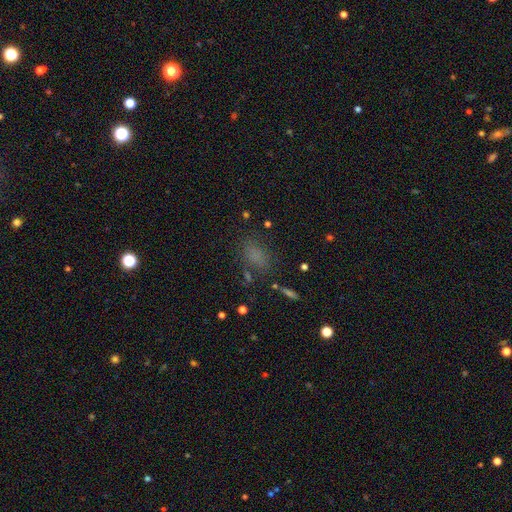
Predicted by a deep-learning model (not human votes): Overall: smooth (73%). How rounded: in between (79%). Merging: none (73%).